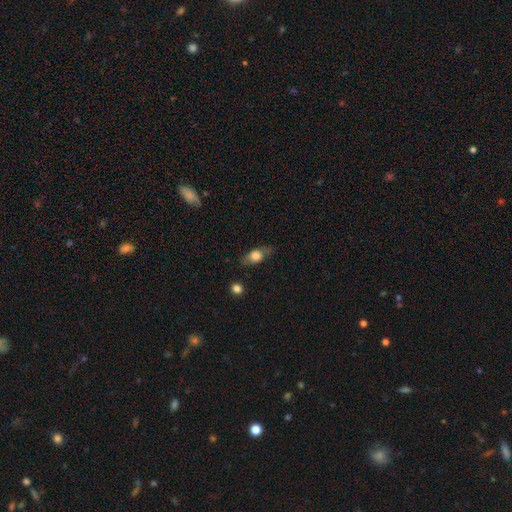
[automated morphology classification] A smooth galaxy with no disk features (67%) that is in between round and cigar-shaped (74%). Merging: none (72%).